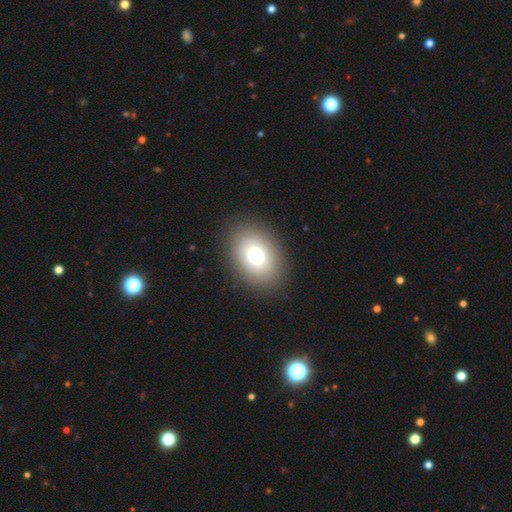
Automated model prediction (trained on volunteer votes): Smooth or featured? Predicted: smooth (p=0.78). How rounded? Predicted: in between (p=0.75). Merging? Predicted: none (p=0.87).